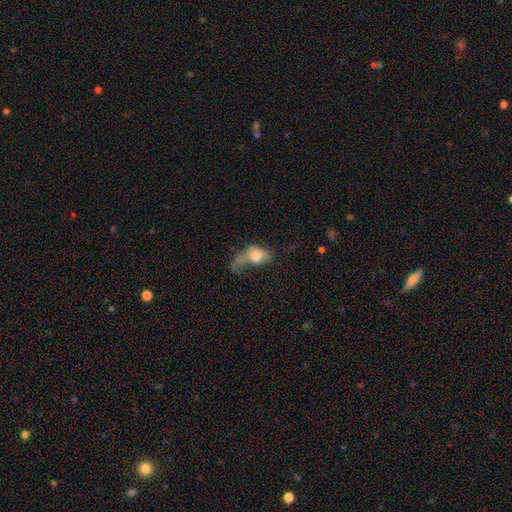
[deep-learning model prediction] Smooth or featured? Predicted: smooth (p=0.61). How rounded? Predicted: in between (p=0.74). Merging? Predicted: major disturbance (p=0.57).